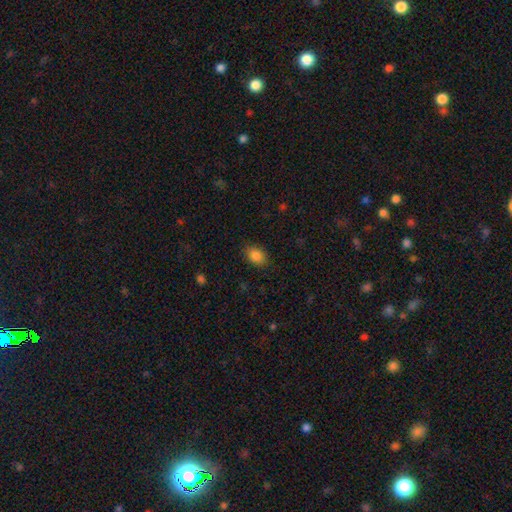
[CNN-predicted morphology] smooth 86%, star or artifact 9%, featured or disk 5%. Down the decision tree: how rounded — in between (77%); merging — none (86%).